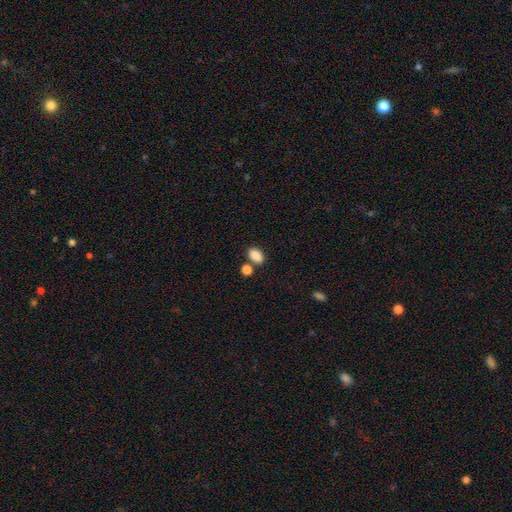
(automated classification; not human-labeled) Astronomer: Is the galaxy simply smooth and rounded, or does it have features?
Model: smooth — 87%.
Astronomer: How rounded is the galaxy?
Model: in between — 85%.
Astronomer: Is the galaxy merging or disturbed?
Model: none — 70%.